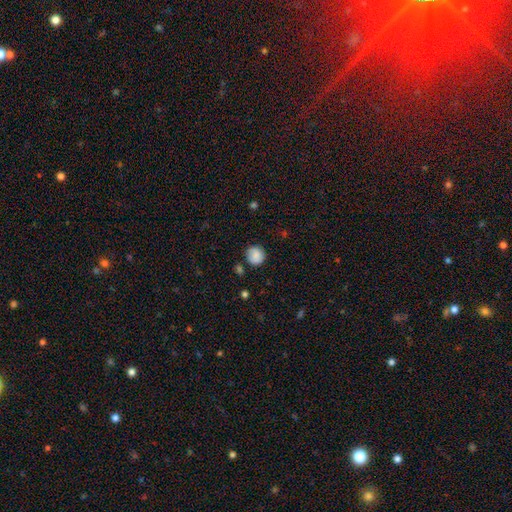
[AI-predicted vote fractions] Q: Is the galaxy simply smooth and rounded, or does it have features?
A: smooth — 81%.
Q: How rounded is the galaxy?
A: round — 90%.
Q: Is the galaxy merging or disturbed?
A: none — 78%.